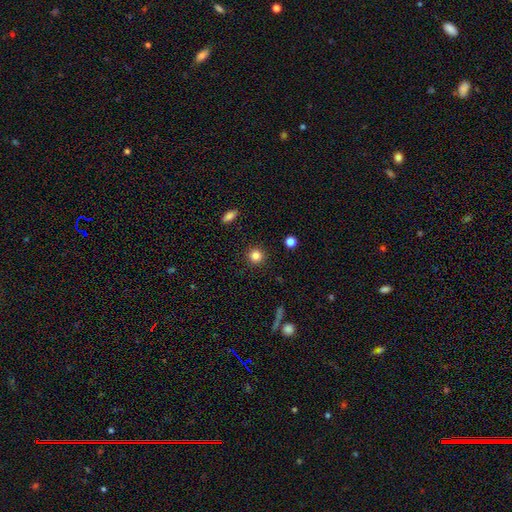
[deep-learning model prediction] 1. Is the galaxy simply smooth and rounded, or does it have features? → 84% smooth, 11% star or artifact, 5% featured or disk.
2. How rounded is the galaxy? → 93% round, 6% in between, 1% cigar-shaped.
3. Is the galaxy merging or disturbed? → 91% none, 5% minor disturbance, 2% major disturbance, 1% merger.